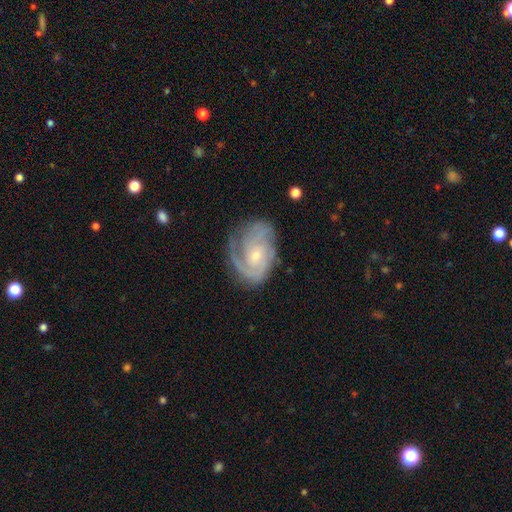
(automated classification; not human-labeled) Q: Smooth or featured?
A: featured or disk (86%); runner-up: smooth (9%)
Q: Edge-on disk?
A: no (97%); runner-up: yes (3%)
Q: Bar?
A: no (66%); runner-up: weak (29%)
Q: Spiral arms?
A: yes (96%); runner-up: no (4%)
Q: Spiral winding?
A: tight (56%); runner-up: medium (35%)
Q: Spiral arm count?
A: 2 (36%); runner-up: 3 (24%)
Q: Bulge size?
A: small (67%); runner-up: moderate (29%)
Q: Merging?
A: none (67%); runner-up: minor disturbance (21%)